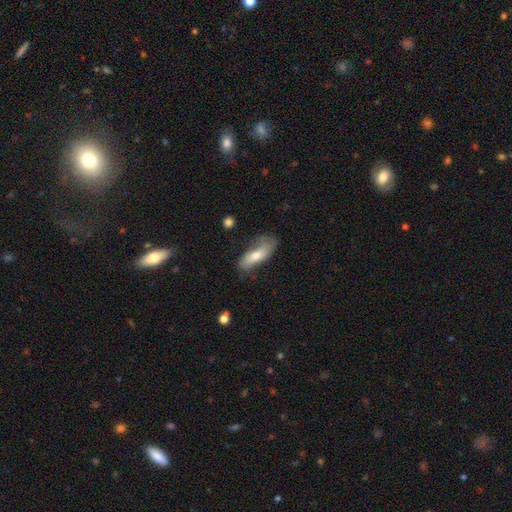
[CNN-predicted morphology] Smooth or featured? smooth (66%)
How rounded? in between (59%)
Merging? none (51%)